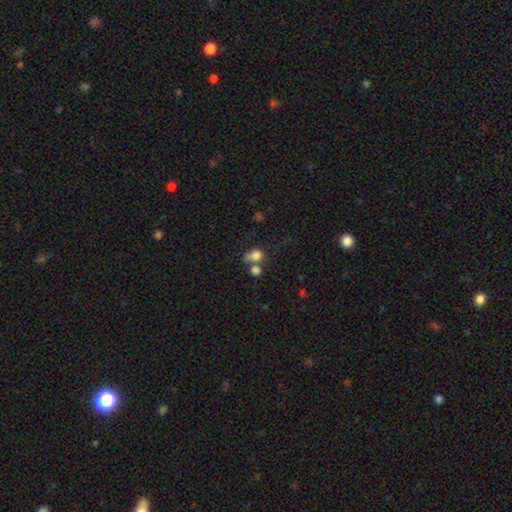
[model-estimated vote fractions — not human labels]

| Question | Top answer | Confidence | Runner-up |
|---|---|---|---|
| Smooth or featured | smooth | 79% | star or artifact (11%) |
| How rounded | round | 62% | in between (37%) |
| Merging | merger | 42% | none (35%) |